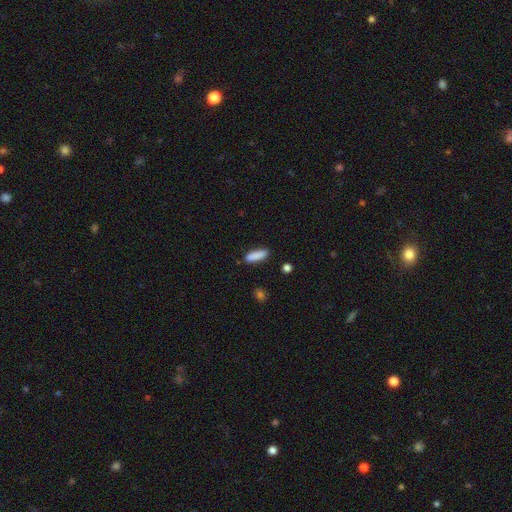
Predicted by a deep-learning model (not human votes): Q: Smooth or featured?
A: smooth (88%); runner-up: star or artifact (7%)
Q: How rounded?
A: cigar-shaped (65%); runner-up: in between (33%)
Q: Merging?
A: none (86%); runner-up: minor disturbance (10%)